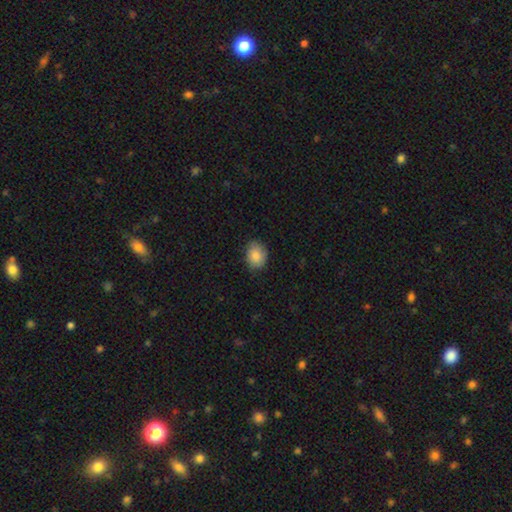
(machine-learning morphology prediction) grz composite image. It shows a smooth galaxy with no disk features (86%) that is in between round and cigar-shaped (61%). Merging: none (81%).